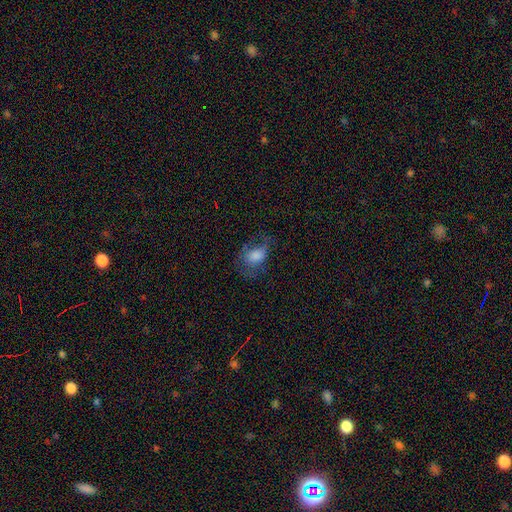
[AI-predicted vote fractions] Q: Smooth or featured?
A: smooth (59%); runner-up: featured or disk (28%)
Q: How rounded?
A: in between (66%); runner-up: round (32%)
Q: Merging?
A: none (44%); runner-up: major disturbance (30%)